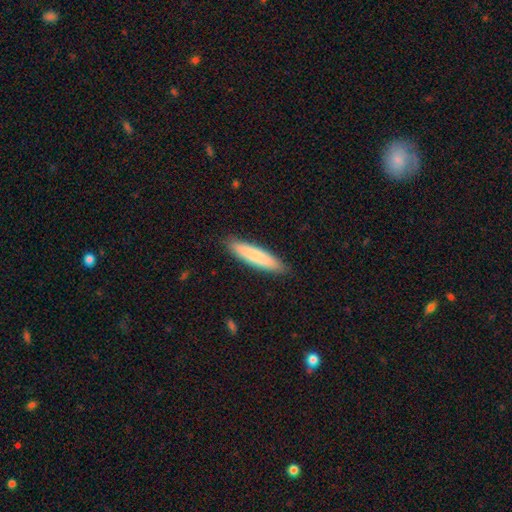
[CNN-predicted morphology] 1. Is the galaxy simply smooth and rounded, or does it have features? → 82% smooth, 13% featured or disk, 5% star or artifact.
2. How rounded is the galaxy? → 85% cigar-shaped, 14% in between, 1% round.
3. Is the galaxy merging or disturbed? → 90% none, 8% minor disturbance, 2% major disturbance, 1% merger.